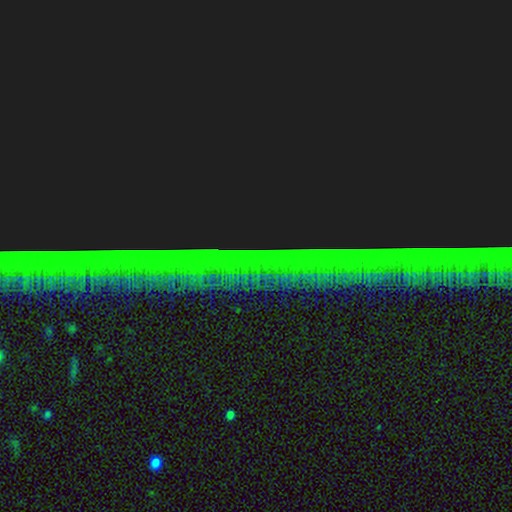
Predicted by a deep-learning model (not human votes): Smooth or featured: star or artifact — 87% (featured or disk — 7%)